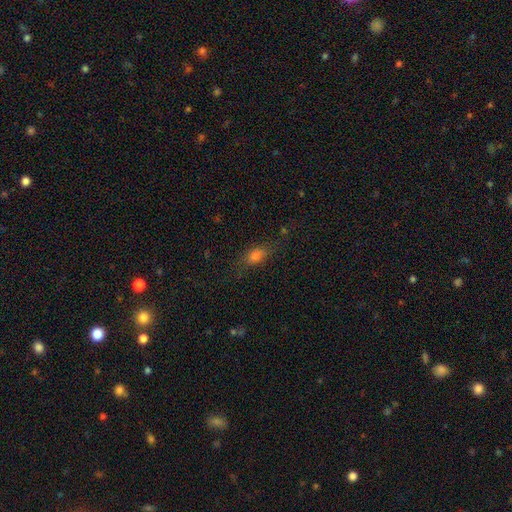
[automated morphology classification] A smooth galaxy with no disk features (69%) that is in between round and cigar-shaped (69%). Merging: none (71%).